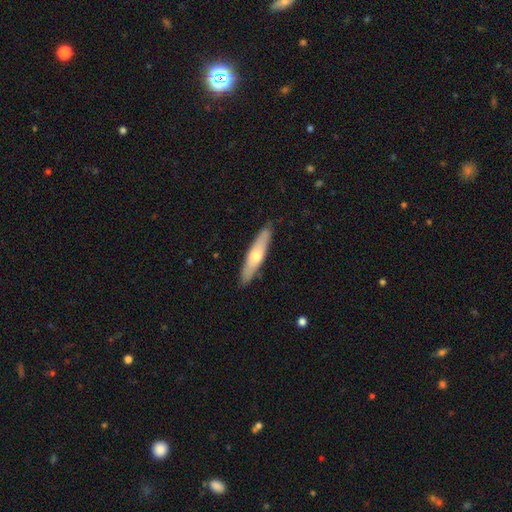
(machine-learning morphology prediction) smooth-or-featured: smooth: 49% | featured or disk: 46% | star or artifact: 6%
  merging: none: 88% | minor disturbance: 9% | major disturbance: 2% | merger: 1%